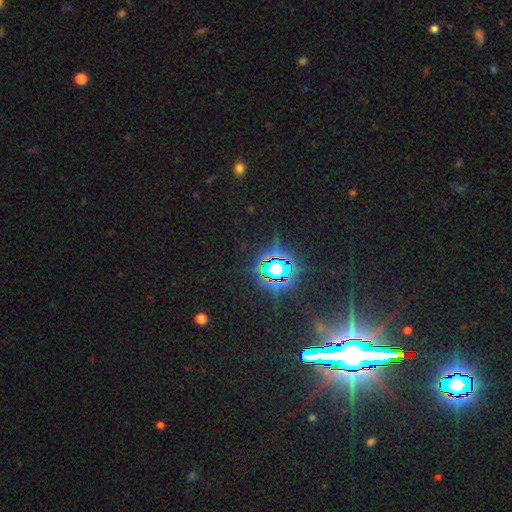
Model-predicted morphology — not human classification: The model was most divided on "smooth or featured": star or artifact: 84%, featured or disk: 8%, smooth: 8%.